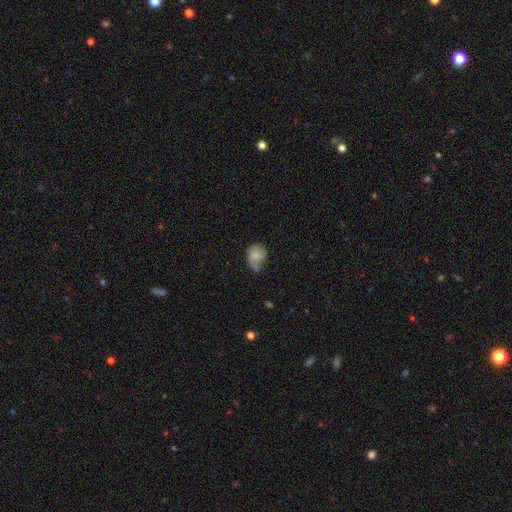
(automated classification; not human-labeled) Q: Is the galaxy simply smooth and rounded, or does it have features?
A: smooth — 55%.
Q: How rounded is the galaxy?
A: round — 50%.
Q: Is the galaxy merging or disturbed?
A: none — 36%.